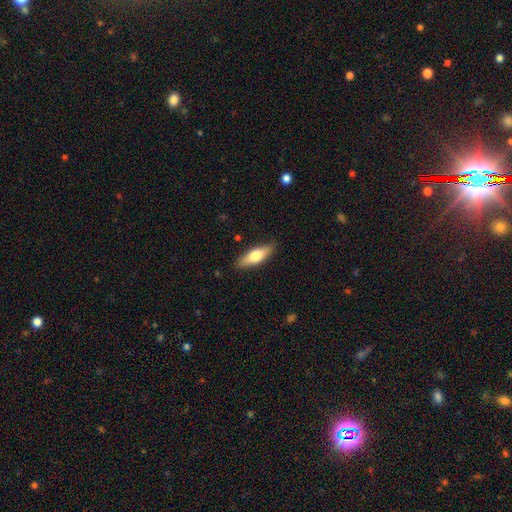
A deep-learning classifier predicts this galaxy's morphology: This is likely a smooth galaxy (66%). How rounded: possibly in between (58%). Merging: clearly none (87%).